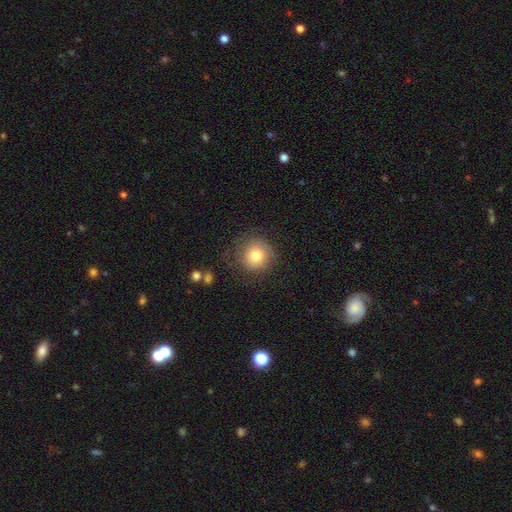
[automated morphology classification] smooth 77%, featured or disk 14%, star or artifact 9%. Down the decision tree: how rounded — round (93%); merging — none (75%).